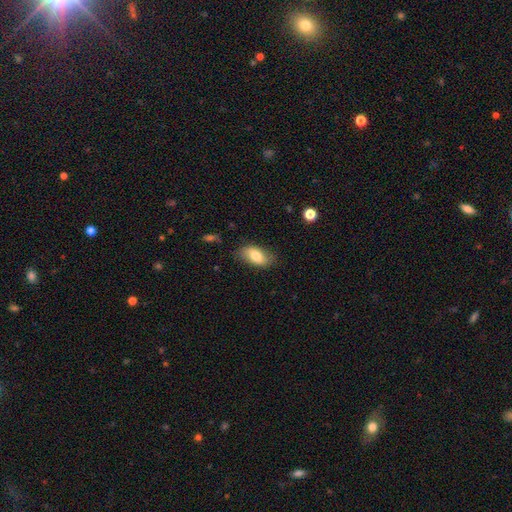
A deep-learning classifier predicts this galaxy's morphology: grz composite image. It shows a smooth galaxy with no disk features (73%) that is in between round and cigar-shaped (91%). Merging: none (77%).